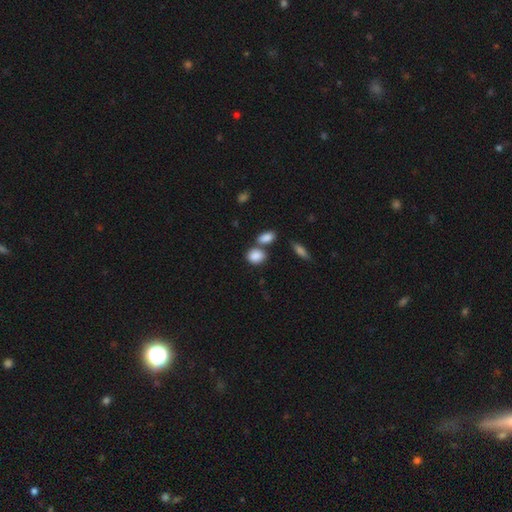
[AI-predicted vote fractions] This is clearly a smooth galaxy (86%). How rounded: possibly in between (56%). Merging: possibly none (53%).